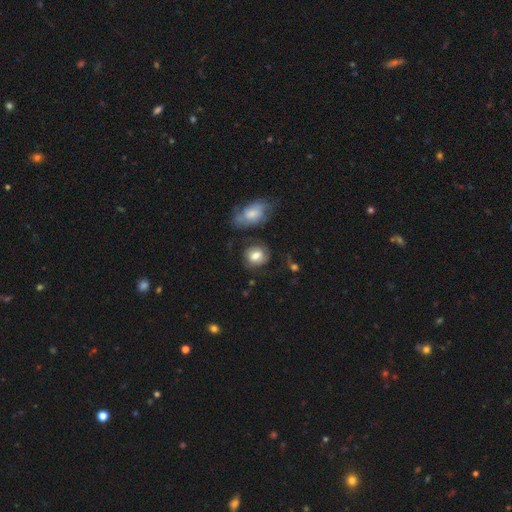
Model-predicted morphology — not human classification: Q: Smooth or featured?
A: smooth (72%); runner-up: featured or disk (19%)
Q: How rounded?
A: round (61%); runner-up: in between (38%)
Q: Merging?
A: none (64%); runner-up: minor disturbance (21%)